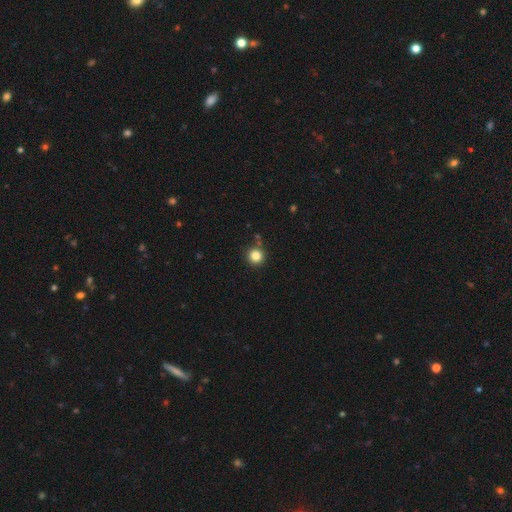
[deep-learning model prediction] smooth-or-featured: smooth: 84% | star or artifact: 12% | featured or disk: 4%
  how-rounded: round: 95% | in between: 4% | cigar-shaped: 1%
  merging: none: 87% | minor disturbance: 7% | merger: 4% | major disturbance: 2%